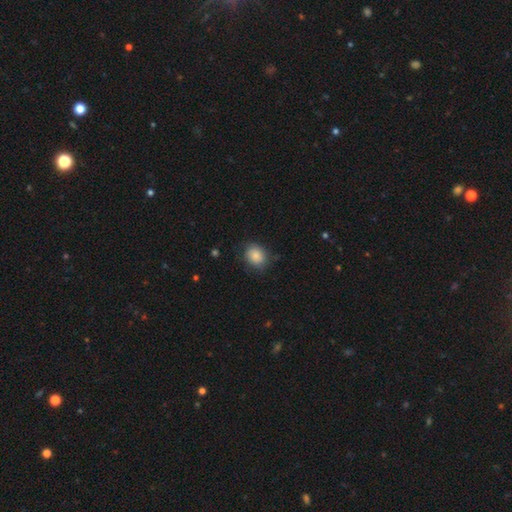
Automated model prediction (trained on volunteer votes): This appears to be a smooth galaxy with no disk features (84%) that is round (61%). Merging: none (75%).